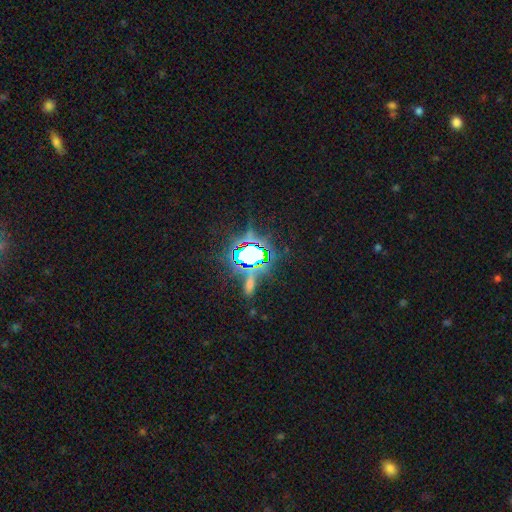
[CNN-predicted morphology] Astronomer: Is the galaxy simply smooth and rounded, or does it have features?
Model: star or artifact — 81%.